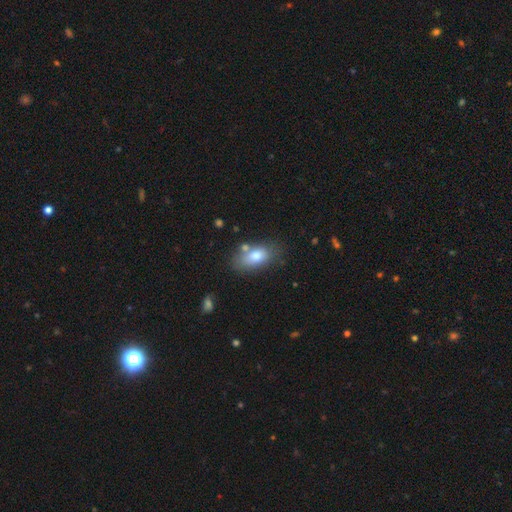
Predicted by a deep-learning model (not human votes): The model was most divided on "merging": none: 68%, minor disturbance: 18%, merger: 9%, major disturbance: 5%. More confident: how rounded — in between (89%); smooth or featured — smooth (78%).